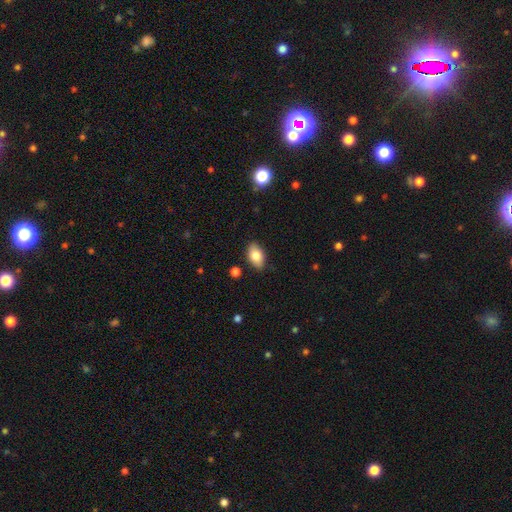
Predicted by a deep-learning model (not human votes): Smooth or featured: smooth — 80% (featured or disk — 12%)
How rounded: in between — 91% (round — 7%)
Merging: none — 85% (minor disturbance — 11%)